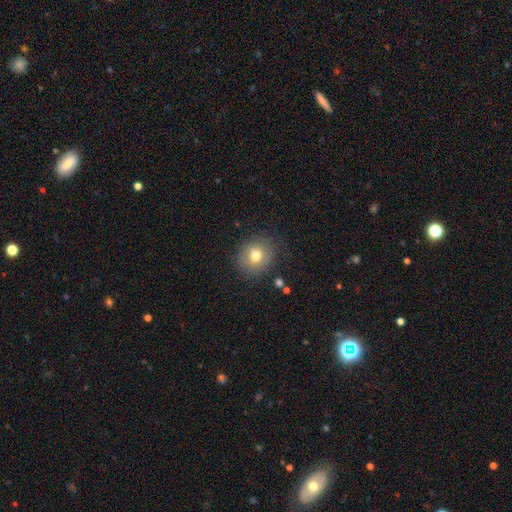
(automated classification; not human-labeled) Smooth or featured? Predicted: smooth (p=0.73). How rounded? Predicted: round (p=0.71). Merging? Predicted: none (p=0.79).